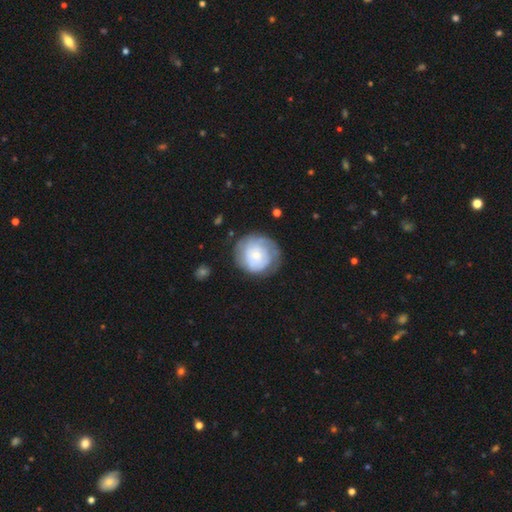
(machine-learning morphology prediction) smooth-or-featured: featured or disk: 50% | smooth: 44% | star or artifact: 6%
  disk-edge-on: no: 98% | yes: 2%
  merging: none: 65% | minor disturbance: 21% | major disturbance: 11% | merger: 2%